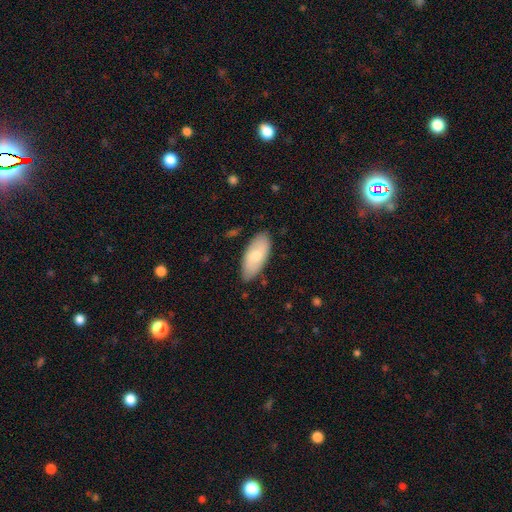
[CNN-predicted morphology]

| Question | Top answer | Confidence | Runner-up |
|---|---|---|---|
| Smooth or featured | smooth | 70% | featured or disk (24%) |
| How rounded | in between | 89% | cigar-shaped (9%) |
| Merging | none | 82% | minor disturbance (14%) |